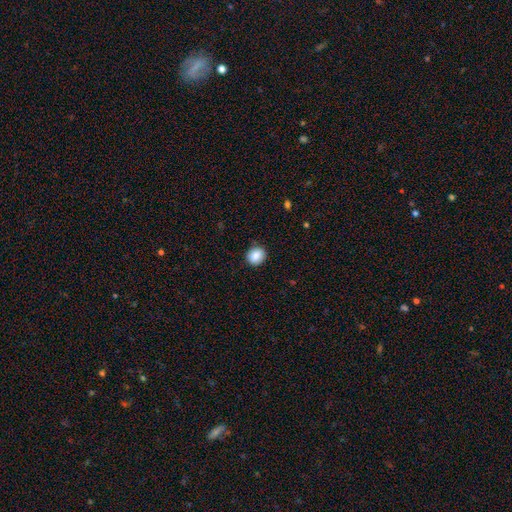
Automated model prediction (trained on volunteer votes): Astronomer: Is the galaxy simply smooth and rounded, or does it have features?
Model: smooth — 88%.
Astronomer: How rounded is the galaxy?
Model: round — 78%.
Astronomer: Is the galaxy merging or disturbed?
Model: none — 88%.